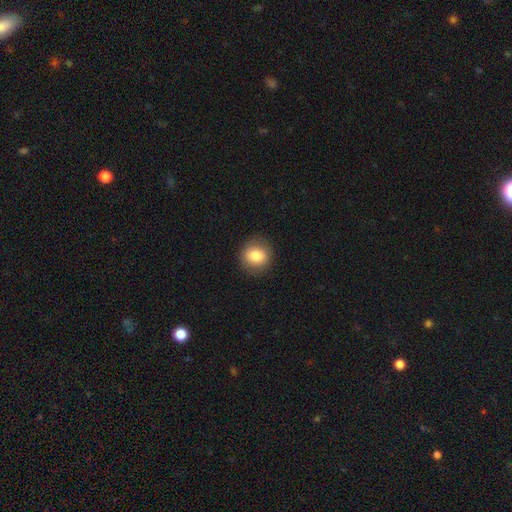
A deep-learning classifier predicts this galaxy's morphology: type=smooth (82%); roundness=round (82%); merging=none (87%).